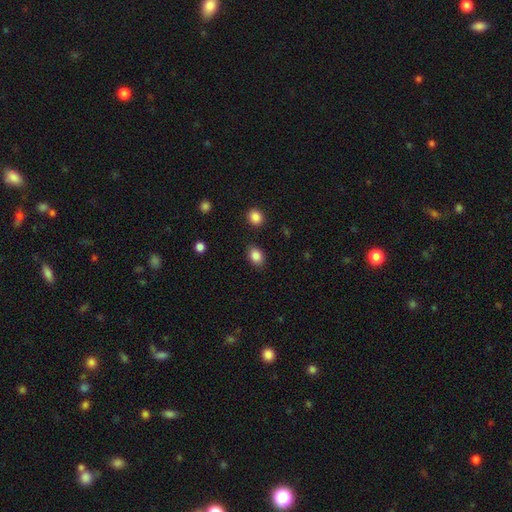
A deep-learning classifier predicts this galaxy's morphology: This appears to be a smooth galaxy with no disk features (86%) that is in between round and cigar-shaped (71%). Merging: none (85%).